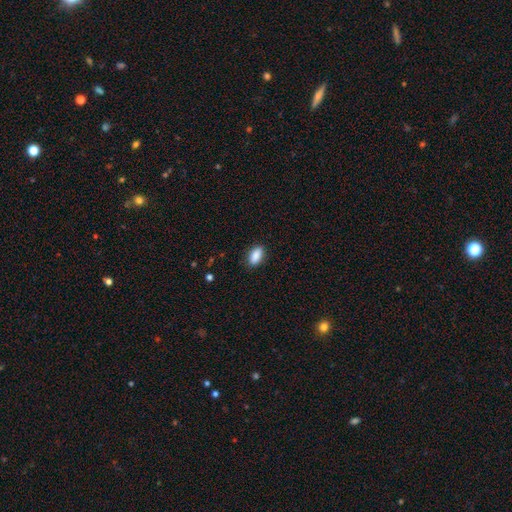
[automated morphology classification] Smooth or featured?
  - smooth: 88% *
  - star or artifact: 7%
  - featured or disk: 4%
How rounded?
  - in between: 89% *
  - cigar-shaped: 7%
  - round: 4%
Merging?
  - none: 86% *
  - minor disturbance: 10%
  - major disturbance: 2%
  - merger: 1%